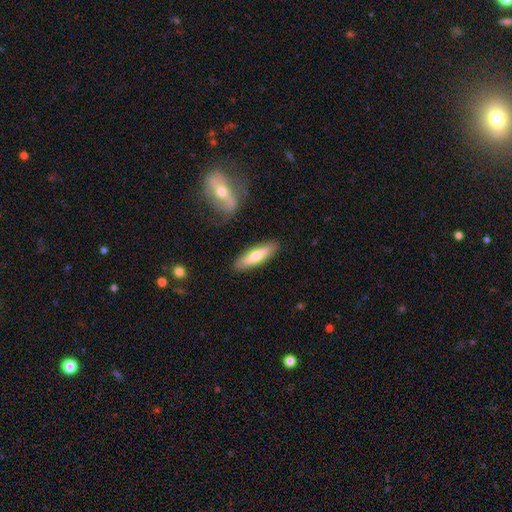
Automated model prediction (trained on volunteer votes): Q: Smooth or featured?
A: smooth (62%); runner-up: featured or disk (32%)
Q: How rounded?
A: cigar-shaped (68%); runner-up: in between (31%)
Q: Merging?
A: none (85%); runner-up: minor disturbance (10%)